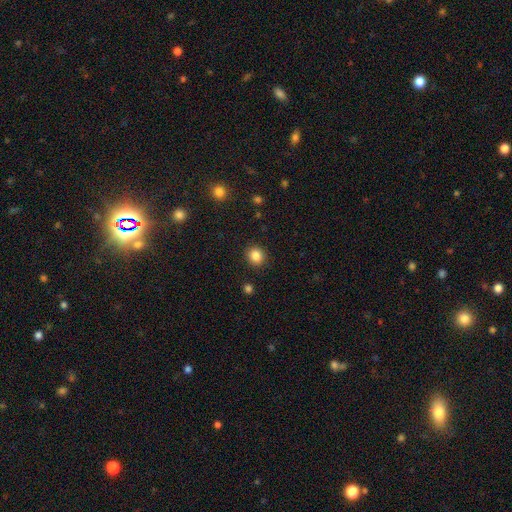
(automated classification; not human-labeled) A smooth galaxy with no disk features (85%) that is round (76%).

Vote fractions:
- Smooth or featured? smooth: 85% / star or artifact: 11% / featured or disk: 4%
- How rounded? round: 76% / in between: 23% / cigar-shaped: 1%
- Merging? none: 90% / minor disturbance: 7% / major disturbance: 2% / merger: 1%